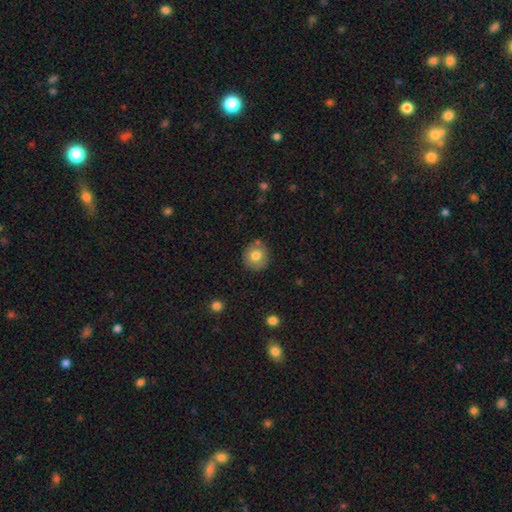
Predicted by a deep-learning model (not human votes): Q: Smooth or featured?
A: smooth (76%); runner-up: featured or disk (14%)
Q: How rounded?
A: round (87%); runner-up: in between (12%)
Q: Merging?
A: none (82%); runner-up: minor disturbance (11%)